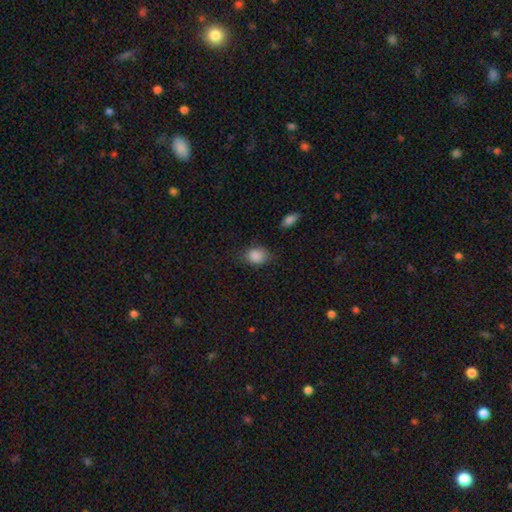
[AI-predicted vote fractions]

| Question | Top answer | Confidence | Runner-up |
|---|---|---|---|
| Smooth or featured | smooth | 86% | star or artifact (9%) |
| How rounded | in between | 68% | round (30%) |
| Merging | none | 66% | minor disturbance (25%) |